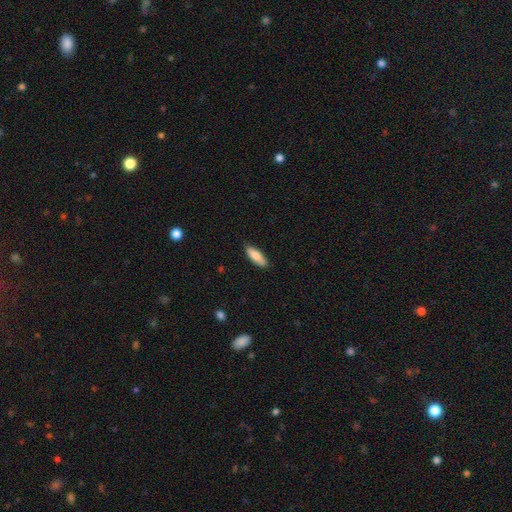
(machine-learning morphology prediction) Overall: smooth (83%). How rounded: in between (63%; cigar-shaped 35%). Merging: none (86%).